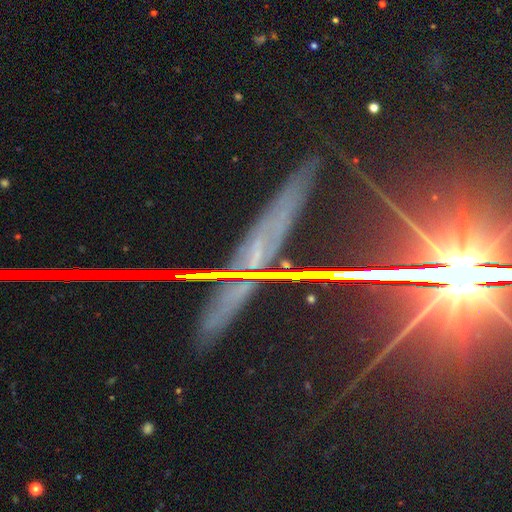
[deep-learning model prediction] Smooth or featured? star or artifact (66%)